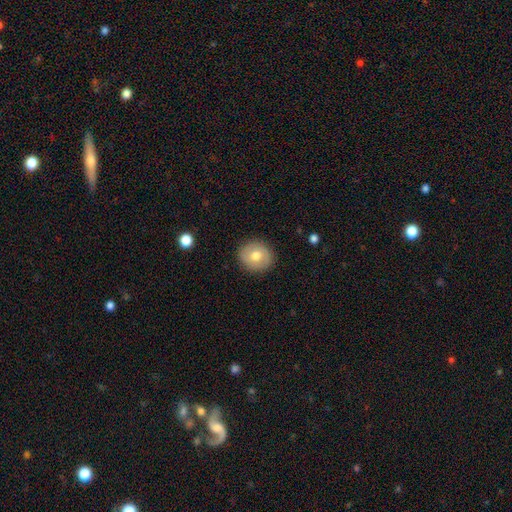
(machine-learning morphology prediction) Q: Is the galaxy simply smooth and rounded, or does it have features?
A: smooth — 69%.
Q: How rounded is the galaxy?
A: round — 82%.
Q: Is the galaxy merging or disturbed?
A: none — 89%.